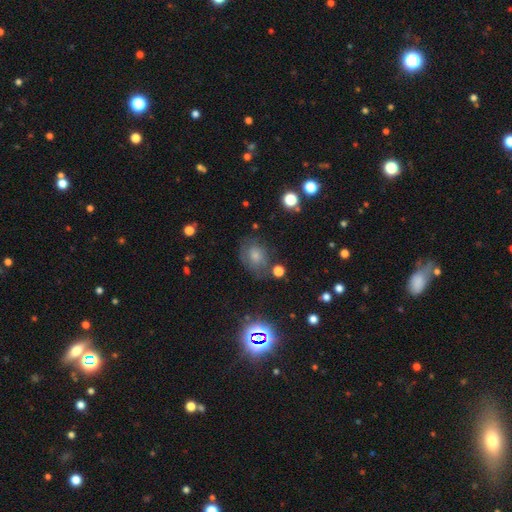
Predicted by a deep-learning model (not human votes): smooth 59%, featured or disk 25%, star or artifact 16%. Down the decision tree: how rounded — in between (50%); merging — none (58%).